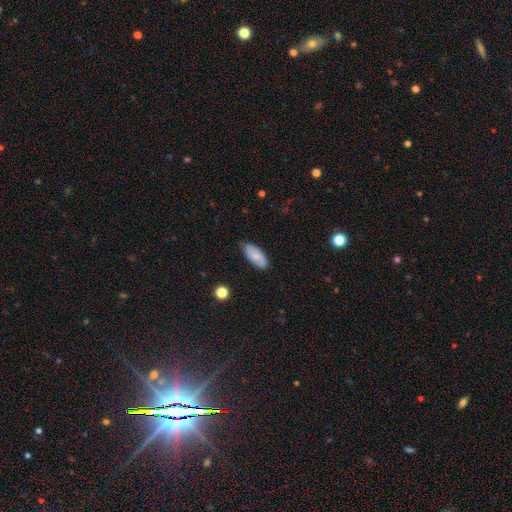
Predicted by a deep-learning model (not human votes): The model was most divided on "merging": none: 76%, minor disturbance: 19%, major disturbance: 3%, merger: 1%. More confident: how rounded — in between (90%); smooth or featured — smooth (76%).